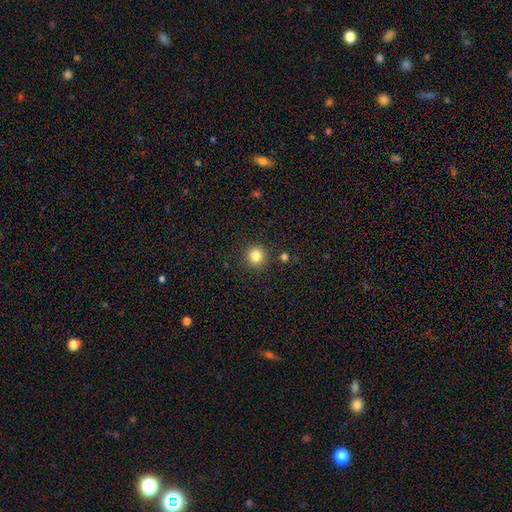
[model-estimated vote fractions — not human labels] smooth_or_featured: smooth (p=0.83) [alt: star or artifact p=0.12]
how_rounded: round (p=0.93) [alt: in between p=0.06]
merging: none (p=0.89) [alt: minor disturbance p=0.06]